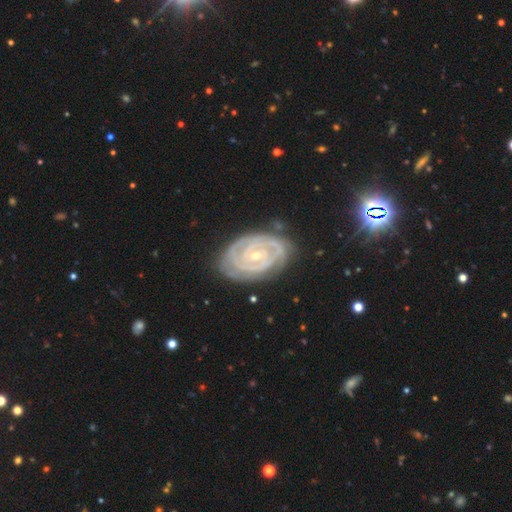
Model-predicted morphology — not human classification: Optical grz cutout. It shows a featured or disk galaxy (90%) with no bar (55%), 2 (57%) tight (83%) spiral arms (97%) and a small central bulge (71%). Merging: none (78%).